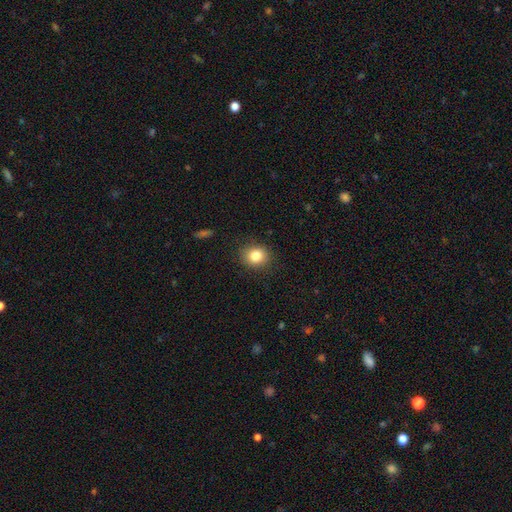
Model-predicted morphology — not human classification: Smooth or featured? smooth (82%)
How rounded? round (72%)
Merging? none (87%)